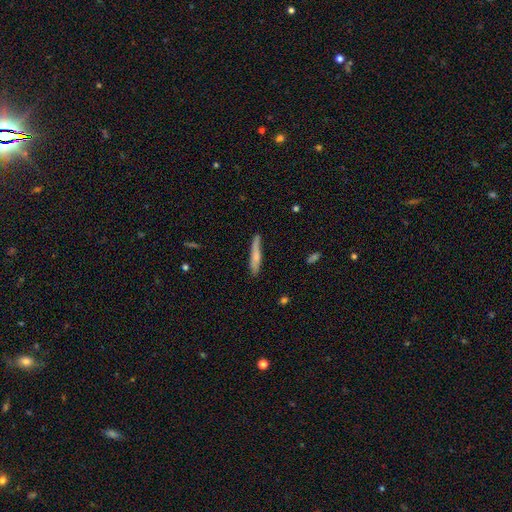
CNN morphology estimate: Overall: smooth (65%; featured or disk 29%). How rounded: cigar-shaped (92%). Merging: none (77%).